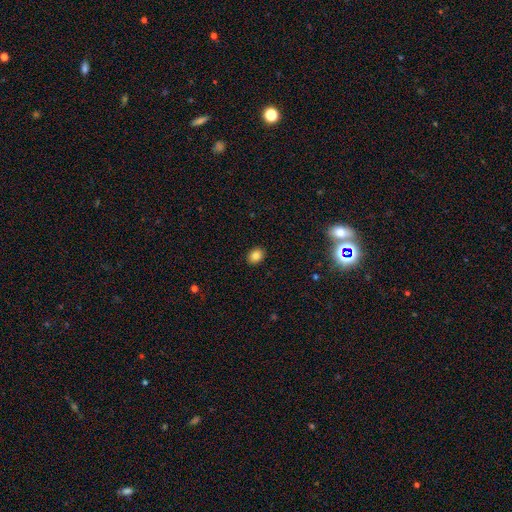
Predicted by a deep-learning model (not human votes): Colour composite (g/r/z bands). It shows a smooth galaxy with no disk features (84%) that is in between round and cigar-shaped (60%). Merging: none (90%).